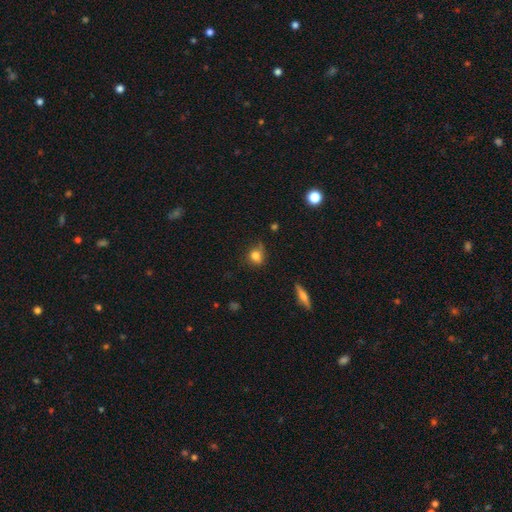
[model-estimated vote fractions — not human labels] smooth-or-featured: smooth: 78% | star or artifact: 11% | featured or disk: 11%
  how-rounded: round: 65% | in between: 33% | cigar-shaped: 2%
  merging: none: 56% | minor disturbance: 31% | major disturbance: 10% | merger: 3%